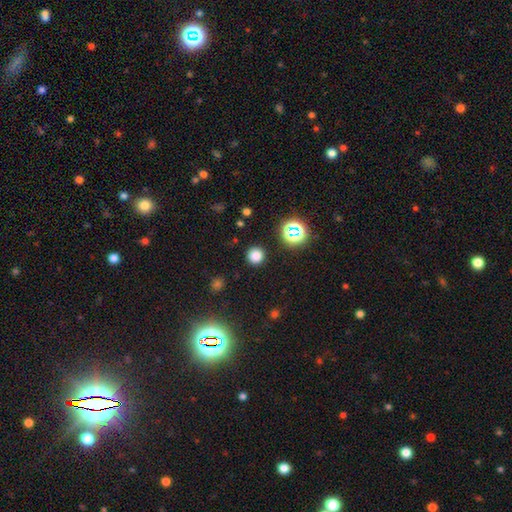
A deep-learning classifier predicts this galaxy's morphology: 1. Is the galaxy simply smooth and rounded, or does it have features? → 77% smooth, 18% star or artifact, 4% featured or disk.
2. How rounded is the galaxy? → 94% round, 5% in between, 1% cigar-shaped.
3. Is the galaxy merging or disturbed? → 90% none, 6% minor disturbance, 3% major disturbance, 2% merger.